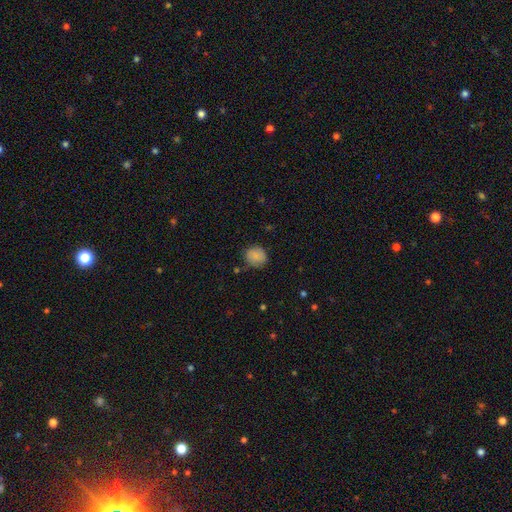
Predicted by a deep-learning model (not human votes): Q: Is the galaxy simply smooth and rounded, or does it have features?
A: smooth — 85%.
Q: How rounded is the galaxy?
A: round — 76%.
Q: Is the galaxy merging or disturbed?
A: none — 77%.